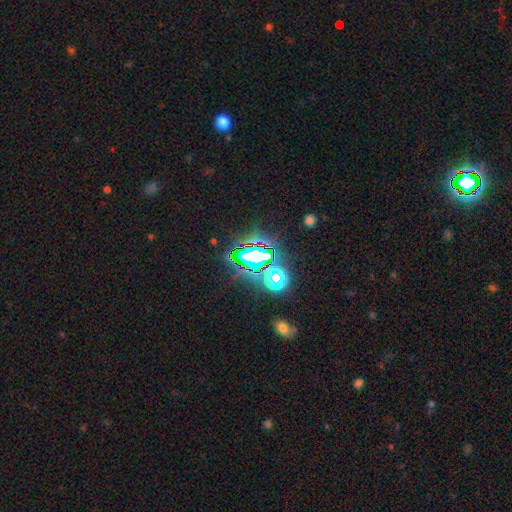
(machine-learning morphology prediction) Smooth or featured: star or artifact — 74% (smooth — 15%)